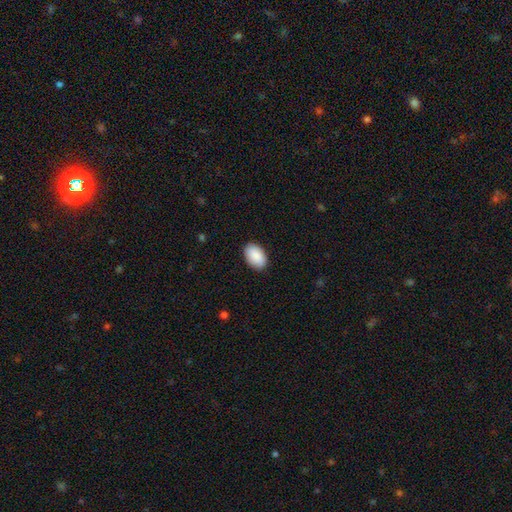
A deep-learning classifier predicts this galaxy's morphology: Q: Smooth or featured?
A: smooth (91%); runner-up: star or artifact (6%)
Q: How rounded?
A: in between (93%); runner-up: round (6%)
Q: Merging?
A: none (88%); runner-up: minor disturbance (9%)